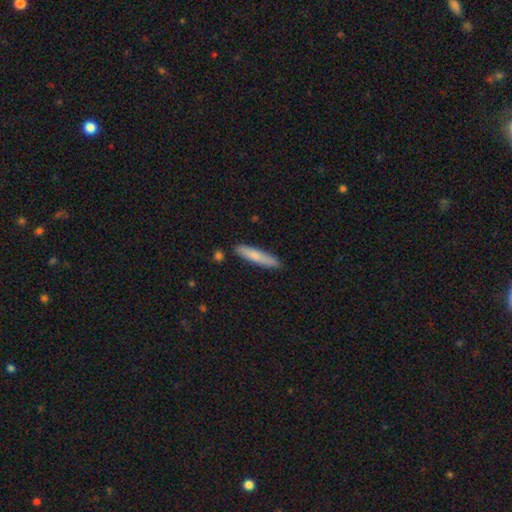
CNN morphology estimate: The model was most divided on "smooth or featured": smooth: 76%, featured or disk: 18%, star or artifact: 6%. More confident: how rounded — cigar-shaped (87%); merging — none (85%).